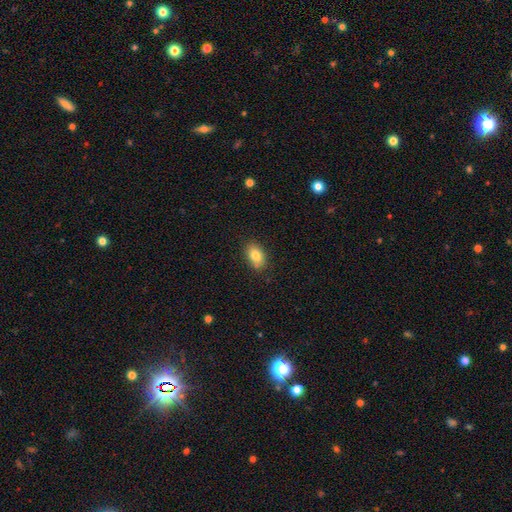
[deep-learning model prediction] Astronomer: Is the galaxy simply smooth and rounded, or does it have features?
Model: smooth — 81%.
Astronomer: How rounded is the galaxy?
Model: in between — 87%.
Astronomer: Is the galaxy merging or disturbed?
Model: none — 85%.